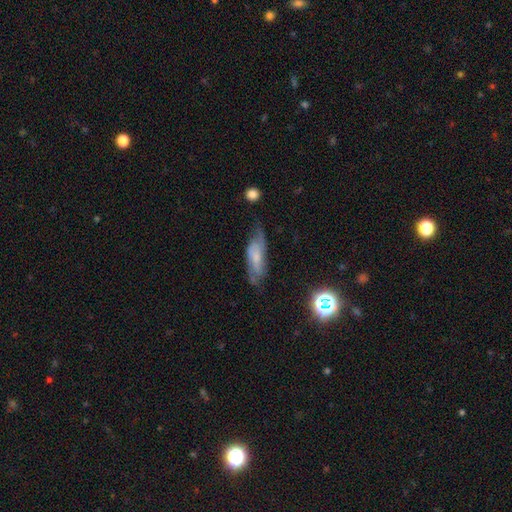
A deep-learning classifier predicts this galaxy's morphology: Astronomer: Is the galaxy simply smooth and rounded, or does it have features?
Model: featured or disk — 58%.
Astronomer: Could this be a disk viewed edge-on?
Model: no — 81%.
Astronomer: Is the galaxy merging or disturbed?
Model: none — 58%.